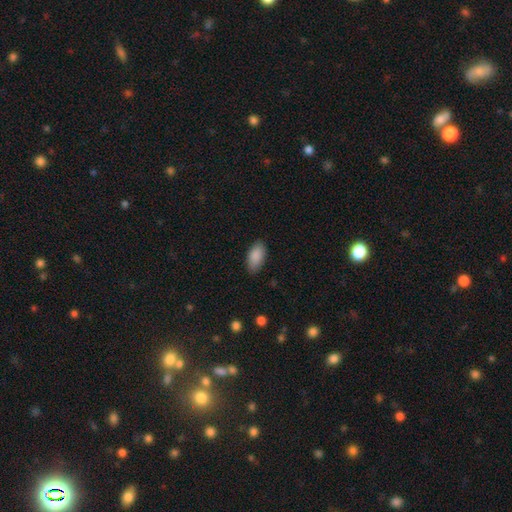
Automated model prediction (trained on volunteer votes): Smooth or featured: smooth — 89% (star or artifact — 6%)
How rounded: in between — 93% (cigar-shaped — 5%)
Merging: none — 86% (minor disturbance — 11%)